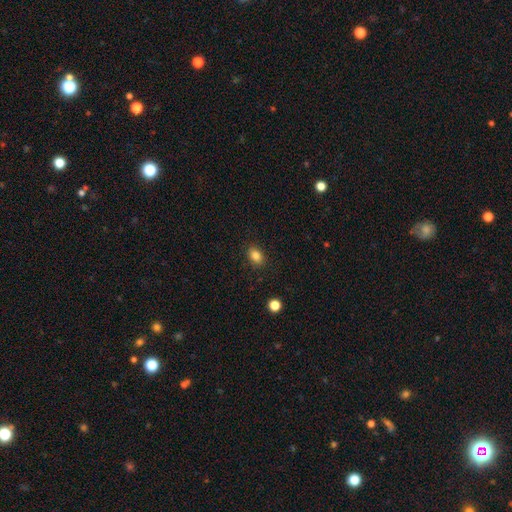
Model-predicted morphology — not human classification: Smooth or featured? smooth (85%)
How rounded? in between (76%)
Merging? none (88%)